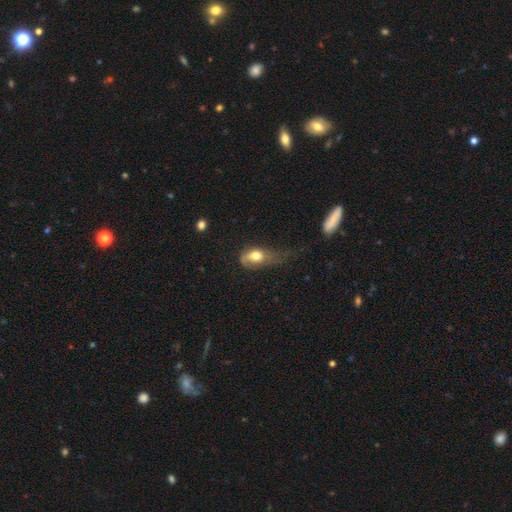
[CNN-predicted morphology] Q: Smooth or featured?
A: smooth (65%); runner-up: featured or disk (26%)
Q: How rounded?
A: in between (78%); runner-up: round (18%)
Q: Merging?
A: major disturbance (48%); runner-up: minor disturbance (29%)